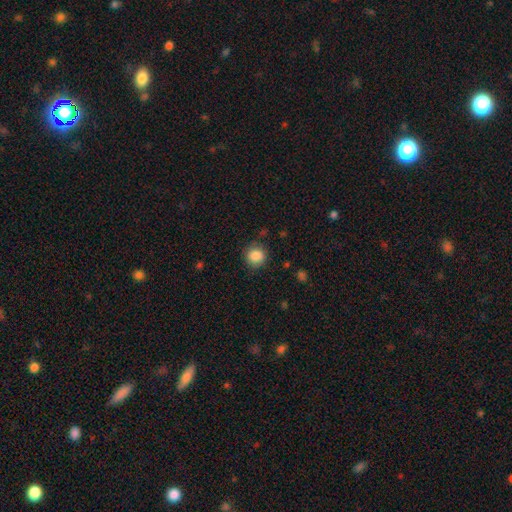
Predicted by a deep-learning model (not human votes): smooth 87%, star or artifact 9%, featured or disk 4%. Down the decision tree: how rounded — round (88%); merging — none (83%).